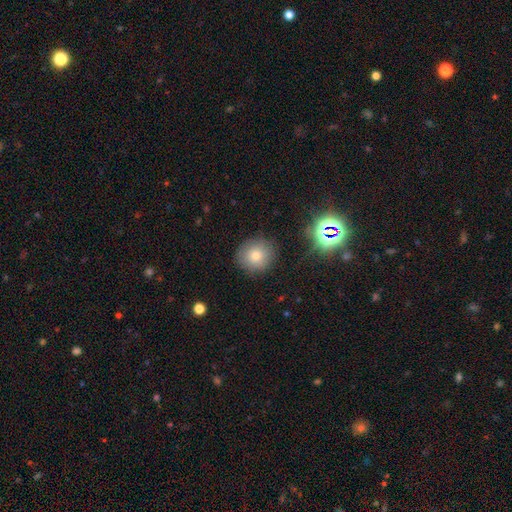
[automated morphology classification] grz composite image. It shows a smooth galaxy with no disk features (76%) that is round (89%). Merging: none (85%).